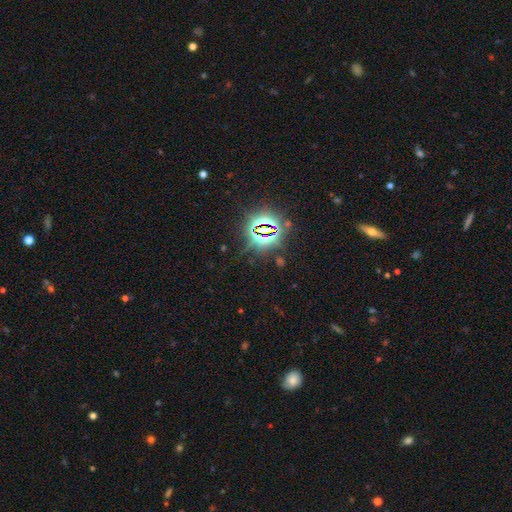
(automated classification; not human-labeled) star or artifact 80%, smooth 12%, featured or disk 7%.